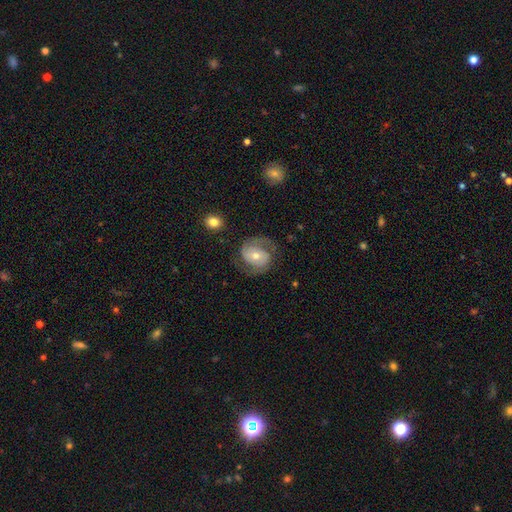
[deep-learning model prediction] The model was most divided on "bulge size": moderate: 53%, small: 42%, large: 3%, none: 1%, dominant: 1%. More confident: edge-on disk — no (98%); spiral arms — yes (96%); spiral arm count — 2 (92%); smooth or featured — featured or disk (84%); merging — none (76%); bar — no (56%); spiral winding — medium (52%).